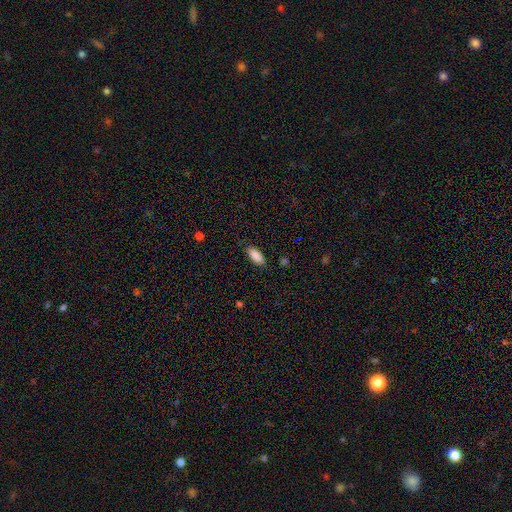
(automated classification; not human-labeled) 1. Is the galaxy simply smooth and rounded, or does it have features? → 89% smooth, 7% star or artifact, 4% featured or disk.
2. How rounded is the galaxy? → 86% in between, 12% cigar-shaped, 2% round.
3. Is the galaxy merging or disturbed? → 83% none, 13% minor disturbance, 3% major disturbance, 1% merger.